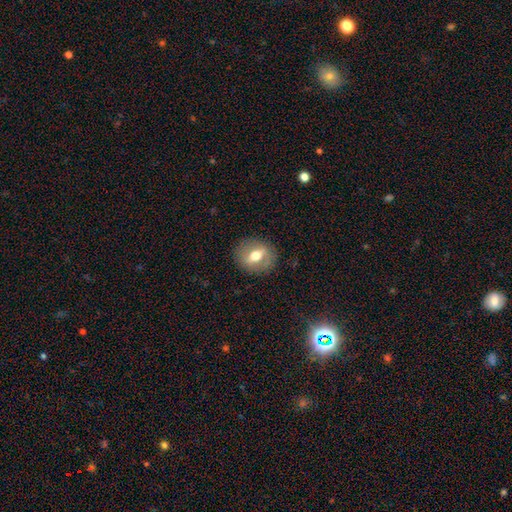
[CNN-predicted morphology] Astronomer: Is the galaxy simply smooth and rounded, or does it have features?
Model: smooth — 49% (runner-up: featured or disk, 43%).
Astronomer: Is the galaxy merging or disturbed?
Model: none — 87%.